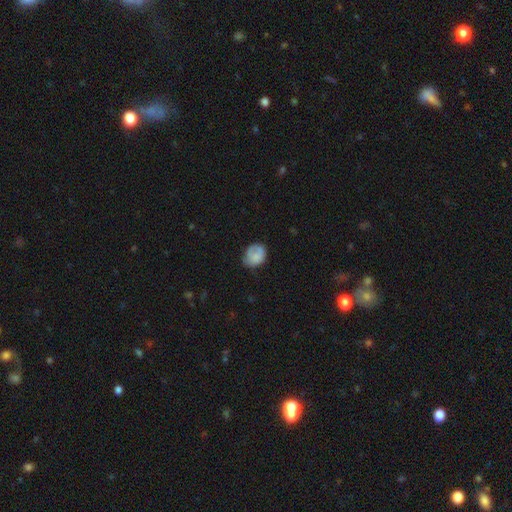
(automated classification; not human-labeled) Smooth or featured? smooth (75%)
How rounded? in between (57%)
Merging? none (58%)